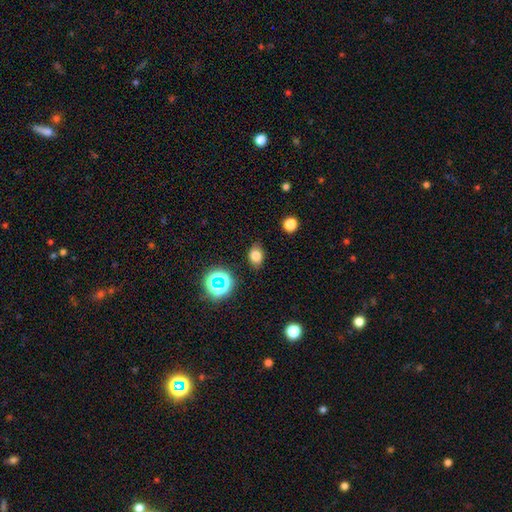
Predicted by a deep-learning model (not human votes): A smooth galaxy with no disk features (76%) that is in between round and cigar-shaped (72%).

Vote fractions:
- Smooth or featured? smooth: 76% / star or artifact: 16% / featured or disk: 8%
- How rounded? in between: 72% / round: 27% / cigar-shaped: 1%
- Merging? none: 82% / minor disturbance: 13% / major disturbance: 3% / merger: 2%